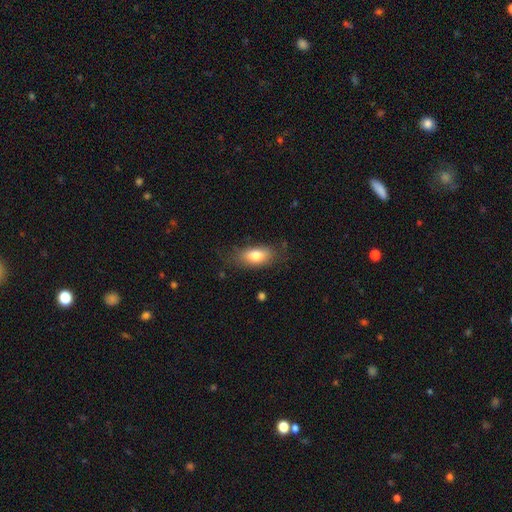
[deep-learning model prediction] Smooth or featured? Predicted: smooth (p=0.77). How rounded? Predicted: in between (p=0.85). Merging? Predicted: none (p=0.70).